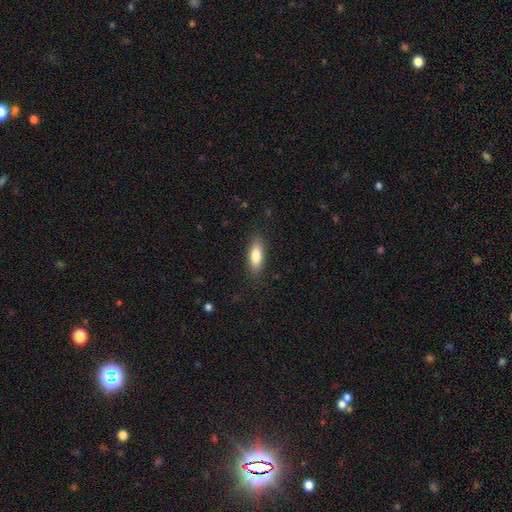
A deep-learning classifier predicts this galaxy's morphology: smooth 82%, featured or disk 12%, star or artifact 7%. Down the decision tree: how rounded — in between (71%); merging — none (86%).